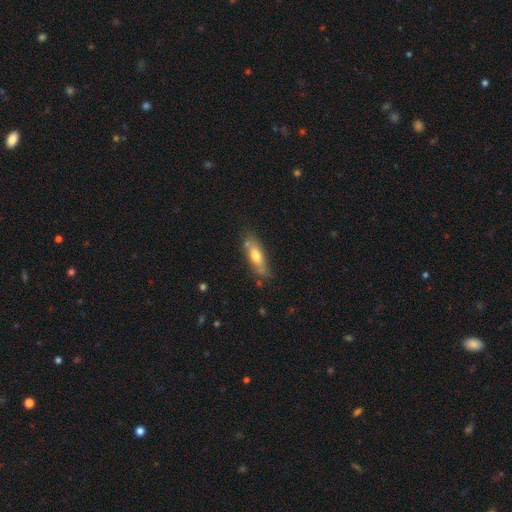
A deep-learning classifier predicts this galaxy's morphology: smooth_or_featured: smooth (p=0.61) [alt: featured or disk p=0.32]
how_rounded: cigar-shaped (p=0.49) [alt: in between p=0.48]
merging: none (p=0.71) [alt: minor disturbance p=0.19]